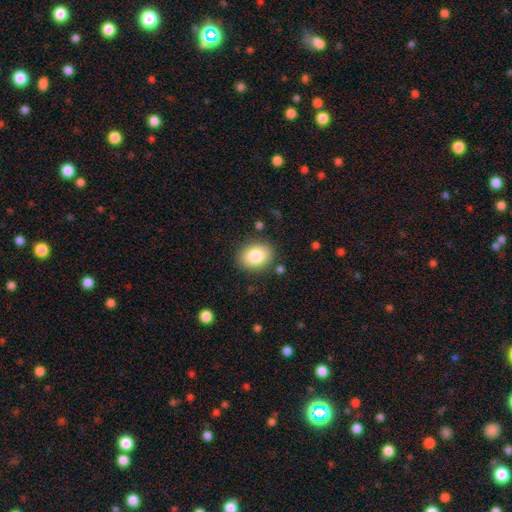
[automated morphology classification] This is clearly a smooth galaxy (83%). How rounded: possibly in between (56%). Merging: clearly none (85%).